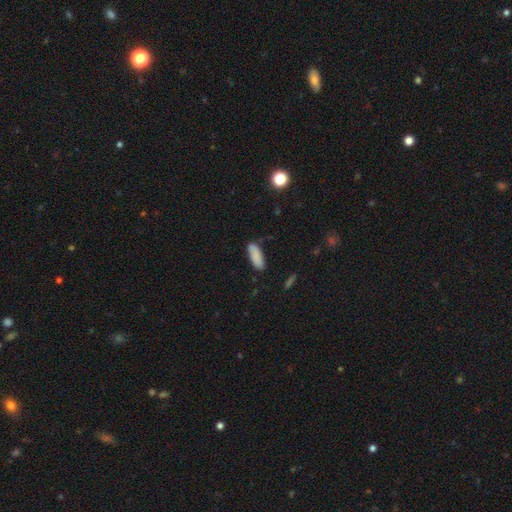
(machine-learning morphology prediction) type=smooth (87%); roundness=in between (68%); merging=none (80%).